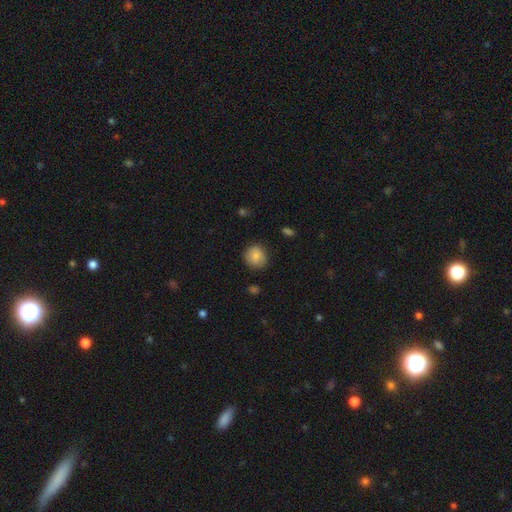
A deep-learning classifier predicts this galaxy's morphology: Smooth or featured? Predicted: smooth (p=0.83). How rounded? Predicted: round (p=0.84). Merging? Predicted: none (p=0.78).